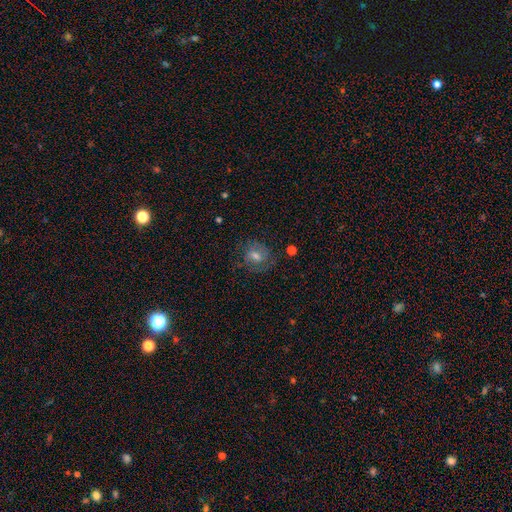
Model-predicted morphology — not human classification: This appears to be a featured or disk galaxy (44%). Merging: none (72%).